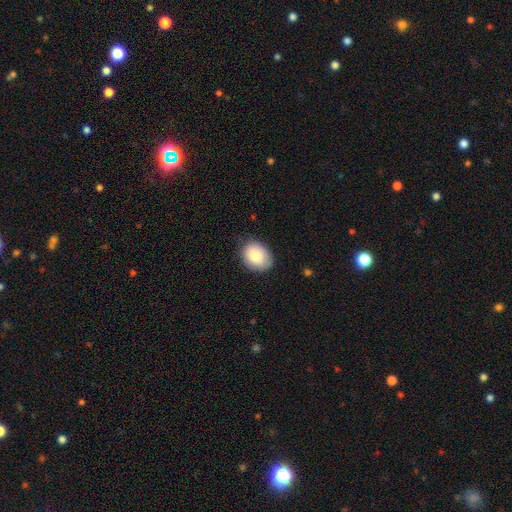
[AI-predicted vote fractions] The model was most divided on "how rounded": in between: 62%, round: 38%, cigar-shaped: 1%. More confident: smooth or featured — smooth (87%); merging — none (80%).